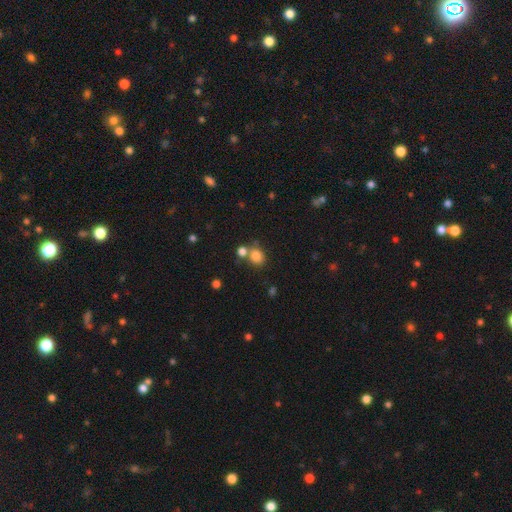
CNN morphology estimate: Smooth or featured? smooth (81%)
How rounded? round (68%)
Merging? none (57%)